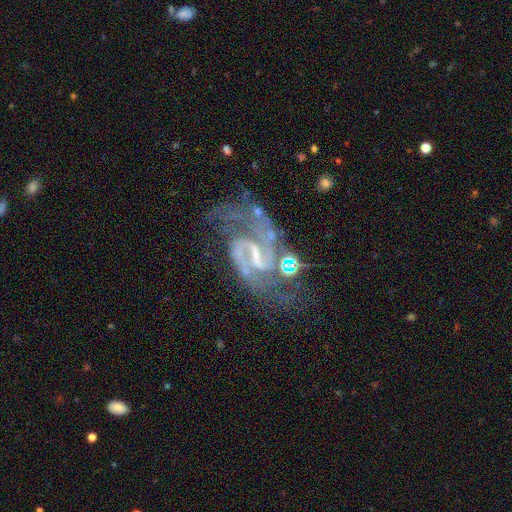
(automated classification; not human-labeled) Overall: featured or disk (91%). Edge-on disk: no (98%). Bar: weak (45%; strong 42%). Spiral arms: yes (98%). Spiral arm count: 2 (90%). Spiral winding: medium (60%; tight 21%). Bulge size: small (49%; none 36%). Merging: none (57%; minor disturbance 20%).